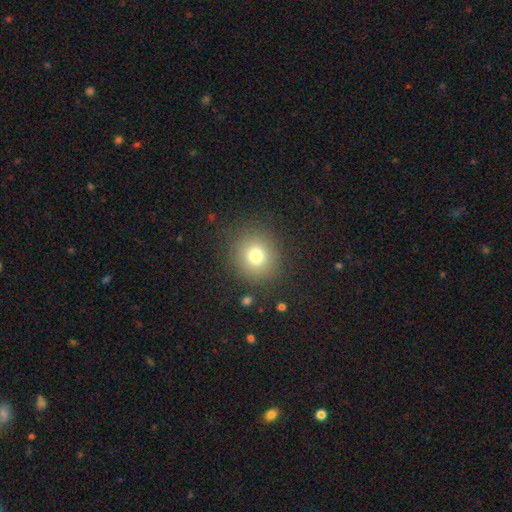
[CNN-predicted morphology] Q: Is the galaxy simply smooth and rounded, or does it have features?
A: smooth — 76%.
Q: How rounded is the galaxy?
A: round — 89%.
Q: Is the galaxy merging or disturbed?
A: none — 87%.